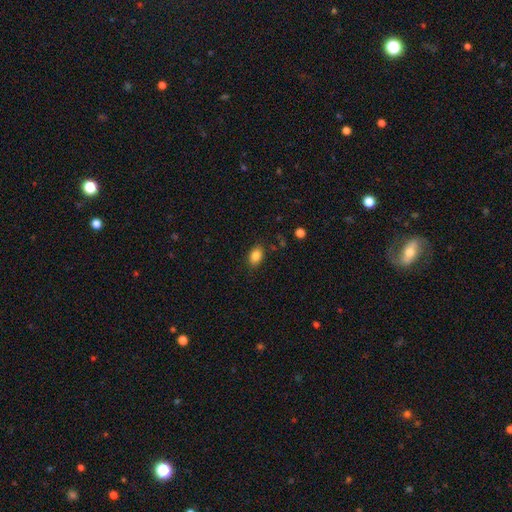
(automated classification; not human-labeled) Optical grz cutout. It shows a smooth galaxy with no disk features (85%) that is in between round and cigar-shaped (84%). Merging: none (84%).